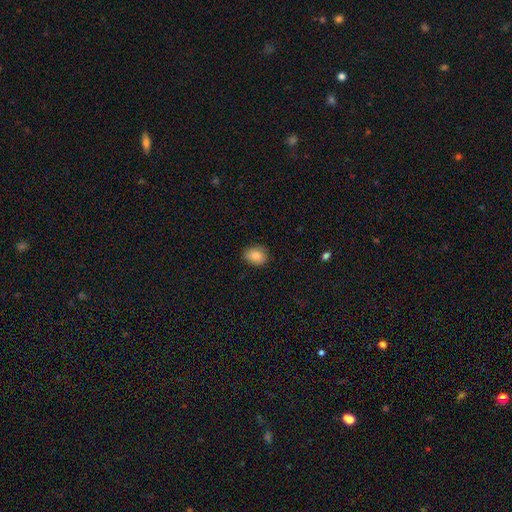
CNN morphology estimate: Overall: smooth (83%). How rounded: in between (51%; round 47%). Merging: none (84%).